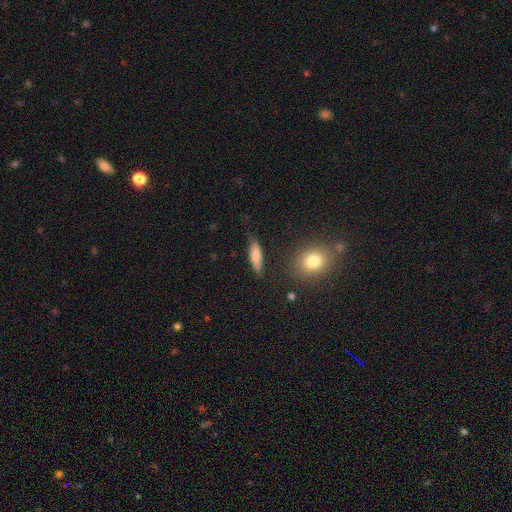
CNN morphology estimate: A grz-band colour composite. It shows a smooth galaxy with no disk features (79%) that is cigar-shaped (53%). Merging: none (78%).